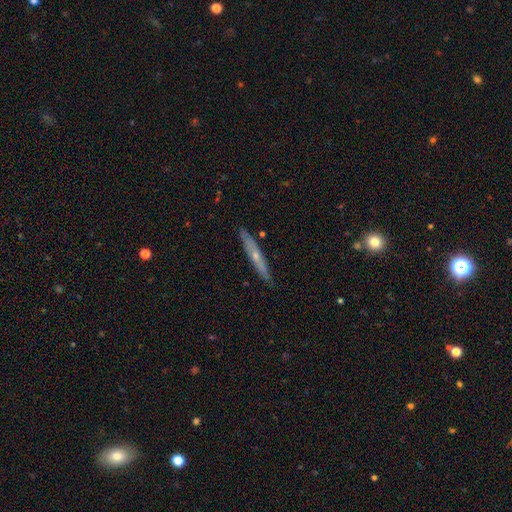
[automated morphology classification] Smooth or featured? featured or disk (59%)
Edge-on disk? yes (90%)
Edge-on bulge? rounded (65%)
Merging? none (88%)